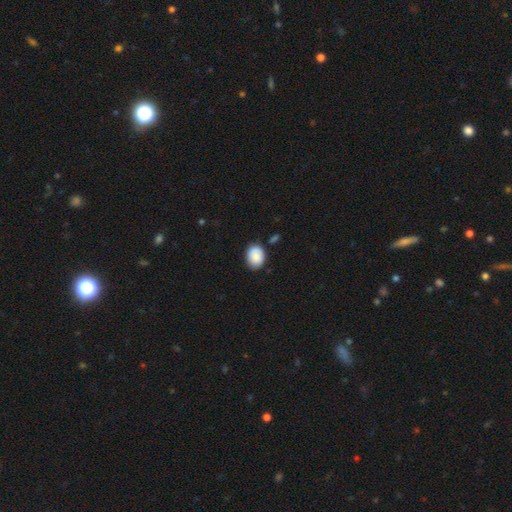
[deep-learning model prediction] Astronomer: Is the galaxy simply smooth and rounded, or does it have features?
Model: smooth — 87%.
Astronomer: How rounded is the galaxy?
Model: in between — 66%.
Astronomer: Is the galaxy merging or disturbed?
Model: none — 76%.